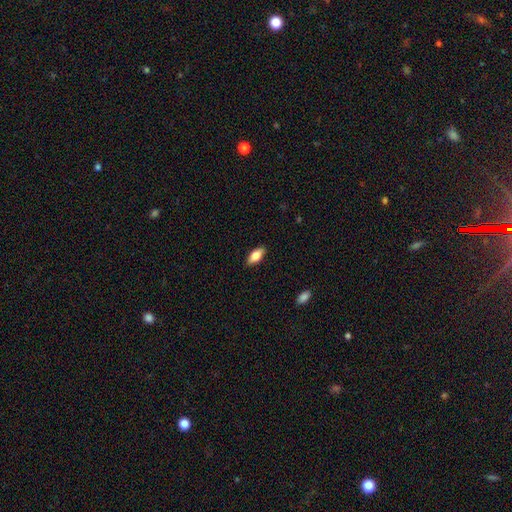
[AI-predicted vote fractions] This is likely a smooth galaxy (74%). How rounded: clearly in between (84%). Merging: clearly none (88%).